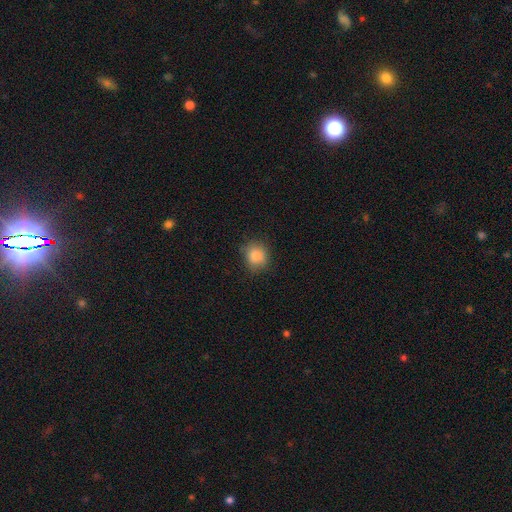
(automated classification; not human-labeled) A smooth galaxy with no disk features (85%) that is round (79%).

Vote fractions:
- Smooth or featured? smooth: 85% / star or artifact: 10% / featured or disk: 5%
- How rounded? round: 79% / in between: 20% / cigar-shaped: 1%
- Merging? none: 80% / minor disturbance: 15% / major disturbance: 4% / merger: 1%